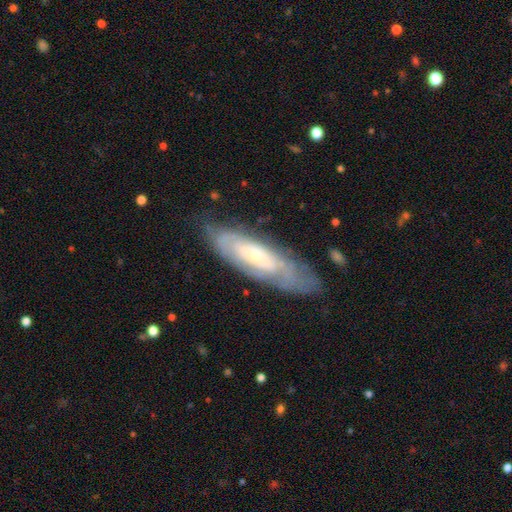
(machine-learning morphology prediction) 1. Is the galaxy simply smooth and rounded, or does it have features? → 67% featured or disk, 26% smooth, 7% star or artifact.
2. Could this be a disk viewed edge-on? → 78% no, 22% yes.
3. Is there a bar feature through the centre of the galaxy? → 77% no, 18% weak, 5% strong.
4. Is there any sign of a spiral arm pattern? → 72% yes, 28% no.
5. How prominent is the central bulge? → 72% small, 21% moderate, 3% large, 3% none, 1% dominant.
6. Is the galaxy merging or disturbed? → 69% none, 21% minor disturbance, 9% major disturbance, 2% merger.